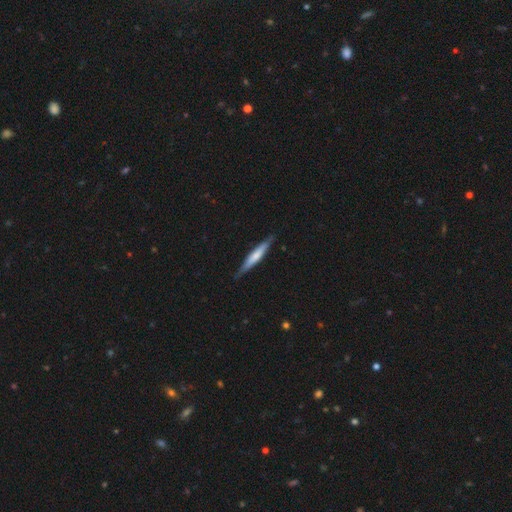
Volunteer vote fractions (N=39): Smooth or featured? smooth (51%)
How rounded? cigar-shaped (95%)
Merging? none (89%)